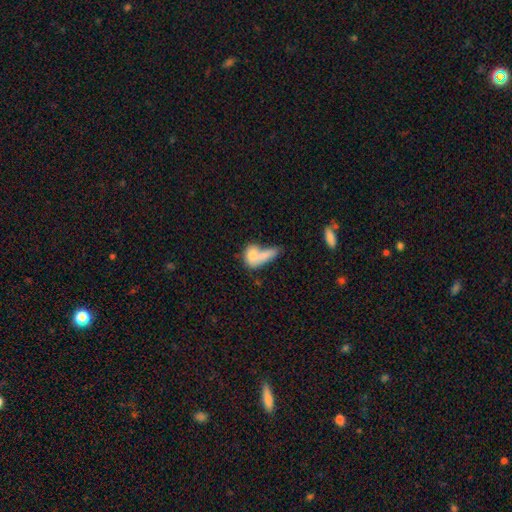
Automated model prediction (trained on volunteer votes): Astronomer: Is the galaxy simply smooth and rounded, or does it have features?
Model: smooth — 74%.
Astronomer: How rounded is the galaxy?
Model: in between — 66%.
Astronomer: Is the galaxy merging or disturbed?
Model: merger — 62%.